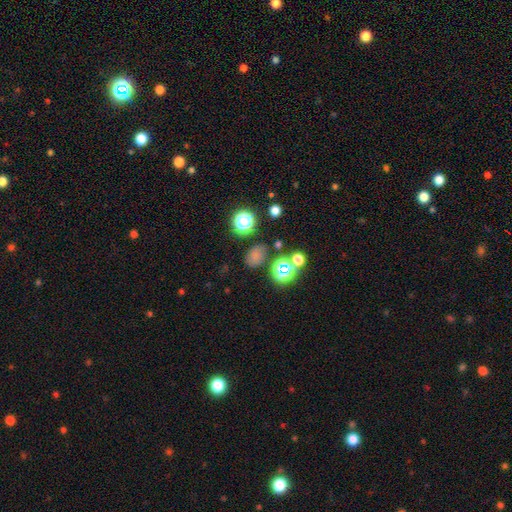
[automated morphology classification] Smooth or featured: smooth — 63% (star or artifact — 28%)
How rounded: in between — 63% (round — 36%)
Merging: none — 73% (minor disturbance — 15%)